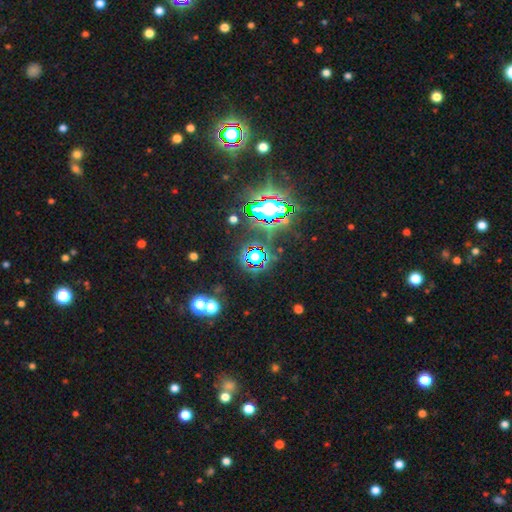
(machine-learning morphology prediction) This is likely a star or artifact rather than a galaxy (74%).